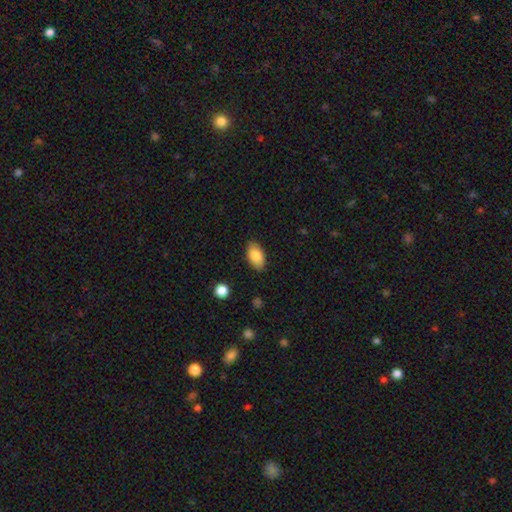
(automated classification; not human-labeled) Q: Smooth or featured?
A: smooth (84%); runner-up: featured or disk (9%)
Q: How rounded?
A: in between (93%); runner-up: round (4%)
Q: Merging?
A: none (86%); runner-up: minor disturbance (11%)